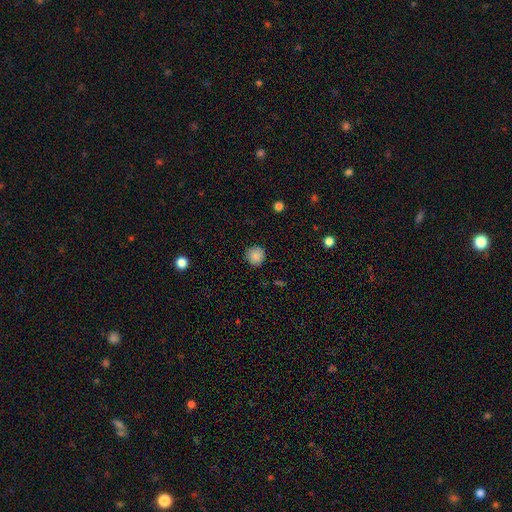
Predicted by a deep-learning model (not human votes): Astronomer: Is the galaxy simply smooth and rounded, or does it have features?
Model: smooth — 87%.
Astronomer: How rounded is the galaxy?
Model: round — 93%.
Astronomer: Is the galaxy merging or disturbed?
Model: none — 88%.